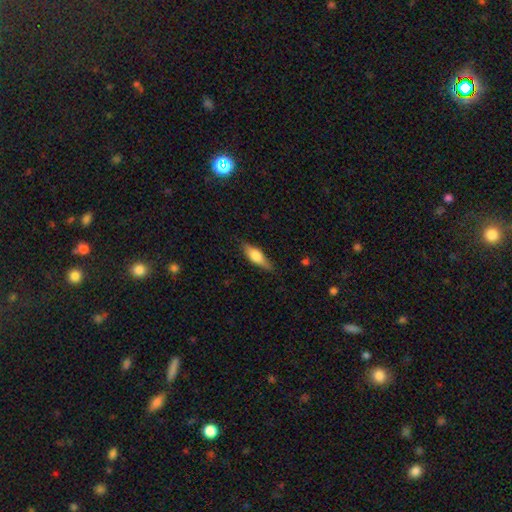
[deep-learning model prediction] This is possibly a smooth galaxy (60%). How rounded: possibly in between (52%). Merging: clearly none (83%).